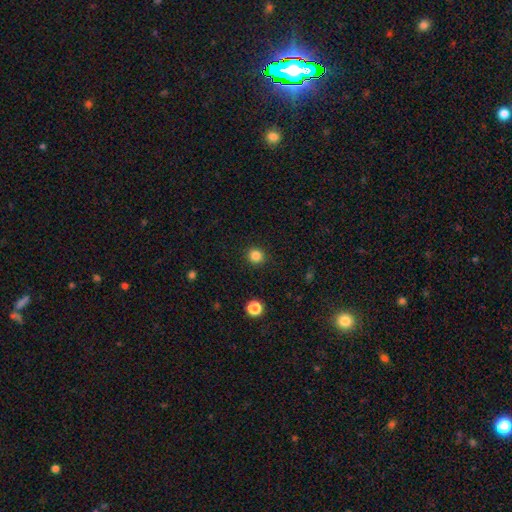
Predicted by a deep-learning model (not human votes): Overall: smooth (84%). How rounded: round (93%). Merging: none (92%).